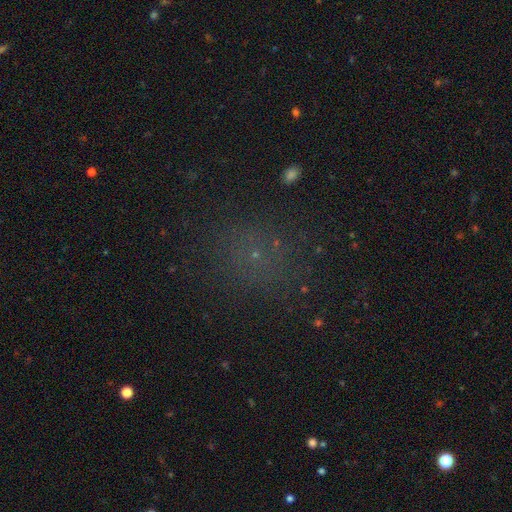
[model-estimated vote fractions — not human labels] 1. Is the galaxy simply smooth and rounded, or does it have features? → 50% smooth, 42% star or artifact, 8% featured or disk.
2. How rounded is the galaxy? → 80% round, 19% in between, 1% cigar-shaped.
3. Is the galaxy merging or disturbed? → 83% none, 10% minor disturbance, 5% major disturbance, 2% merger.